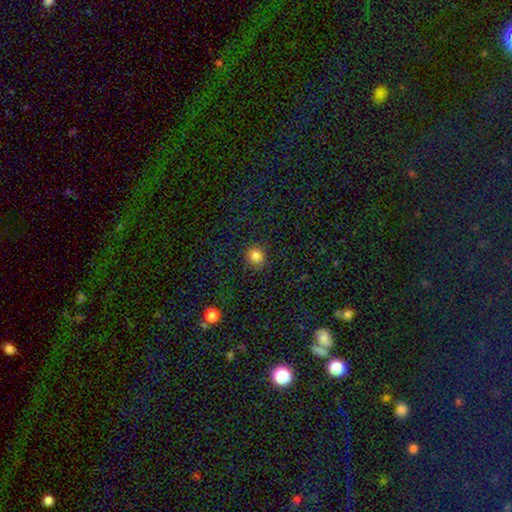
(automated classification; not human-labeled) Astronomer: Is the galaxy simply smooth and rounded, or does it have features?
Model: smooth — 83%.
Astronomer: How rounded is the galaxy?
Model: round — 87%.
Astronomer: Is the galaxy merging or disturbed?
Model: none — 87%.